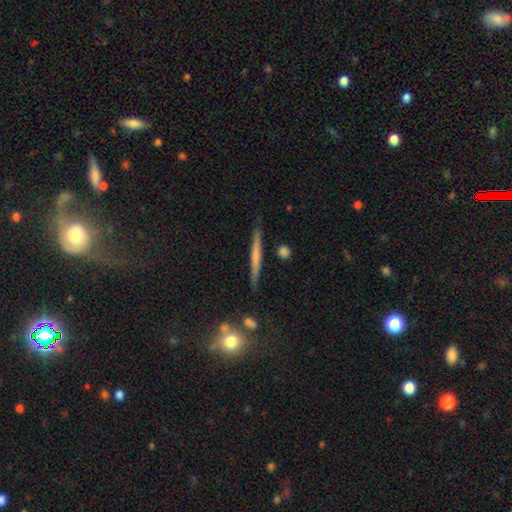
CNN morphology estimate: Smooth or featured: smooth — 48% (featured or disk — 46%)
Merging: none — 86% (minor disturbance — 10%)